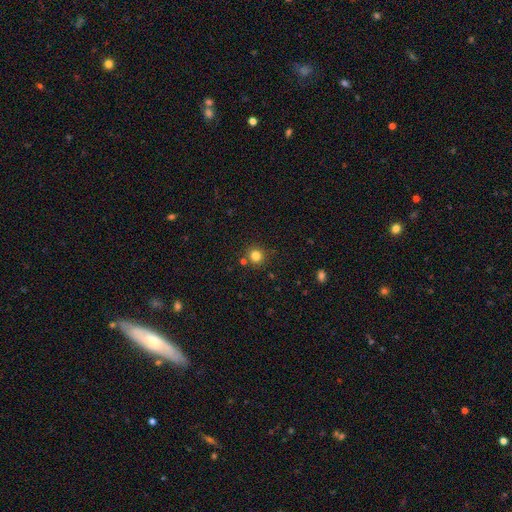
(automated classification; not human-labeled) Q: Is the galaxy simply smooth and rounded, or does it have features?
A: smooth — 81%.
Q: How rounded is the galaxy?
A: round — 92%.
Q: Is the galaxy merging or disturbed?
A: none — 82%.